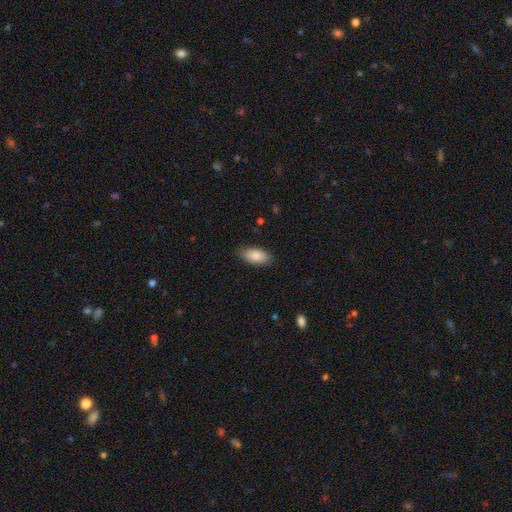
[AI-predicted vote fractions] Smooth or featured? Predicted: smooth (p=0.88). How rounded? Predicted: in between (p=0.92). Merging? Predicted: none (p=0.86).